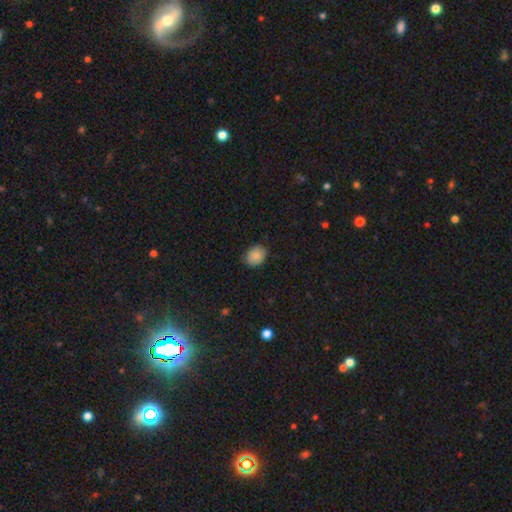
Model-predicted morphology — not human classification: Smooth or featured? Predicted: smooth (p=0.87). How rounded? Predicted: round (p=0.51). Merging? Predicted: none (p=0.84).